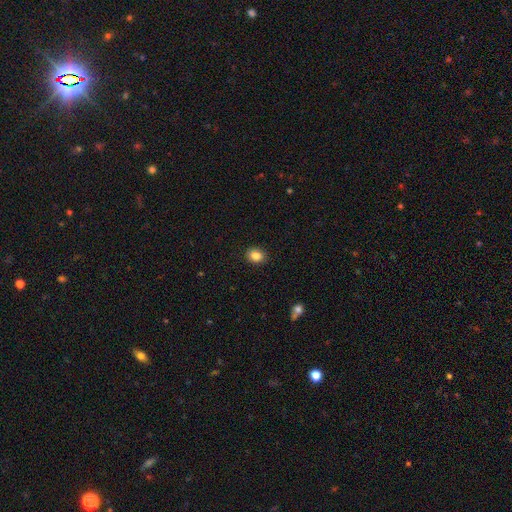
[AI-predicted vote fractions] This is clearly a smooth galaxy (86%). How rounded: possibly in between (55%). Merging: clearly none (90%).